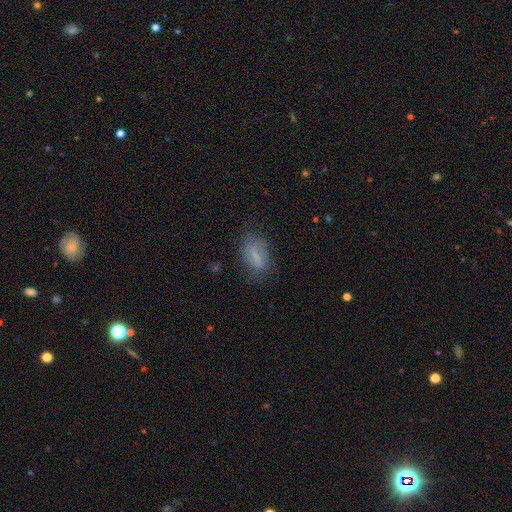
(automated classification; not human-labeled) Smooth or featured: smooth — 58% (featured or disk — 32%)
How rounded: in between — 83% (cigar-shaped — 10%)
Merging: none — 67% (minor disturbance — 22%)